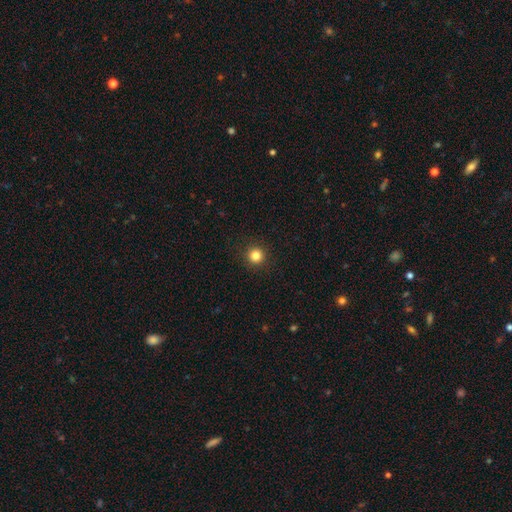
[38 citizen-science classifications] Smooth or featured? smooth (79%)
How rounded? round (97%)
Merging? none (89%)